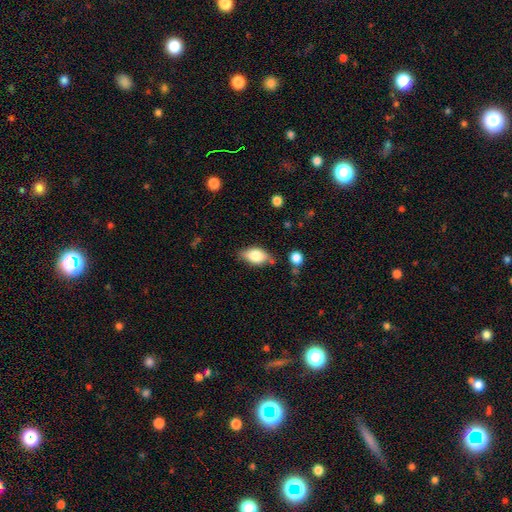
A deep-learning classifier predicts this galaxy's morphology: Q: Smooth or featured?
A: smooth (75%); runner-up: featured or disk (18%)
Q: How rounded?
A: in between (89%); runner-up: round (6%)
Q: Merging?
A: none (70%); runner-up: minor disturbance (20%)